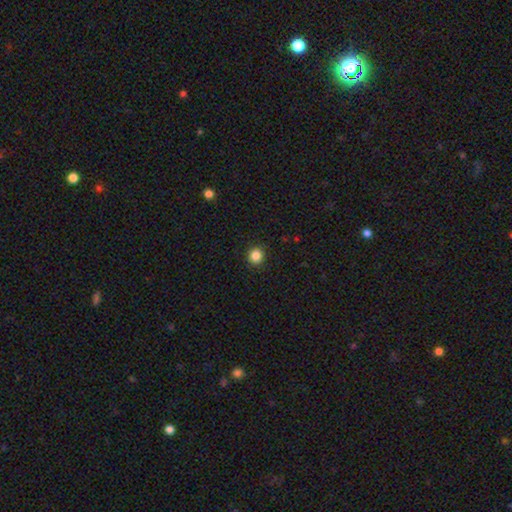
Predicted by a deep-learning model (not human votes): The model was most divided on "smooth or featured": smooth: 85%, star or artifact: 12%, featured or disk: 4%. More confident: merging — none (92%); how rounded — round (92%).